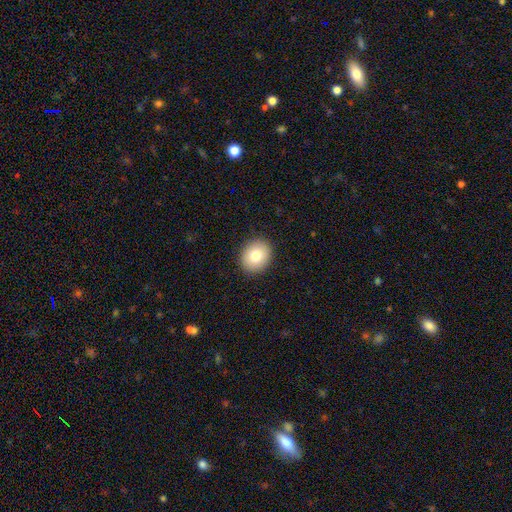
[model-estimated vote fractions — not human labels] smooth 81%, featured or disk 10%, star or artifact 8%. Down the decision tree: how rounded — round (67%); merging — none (90%).